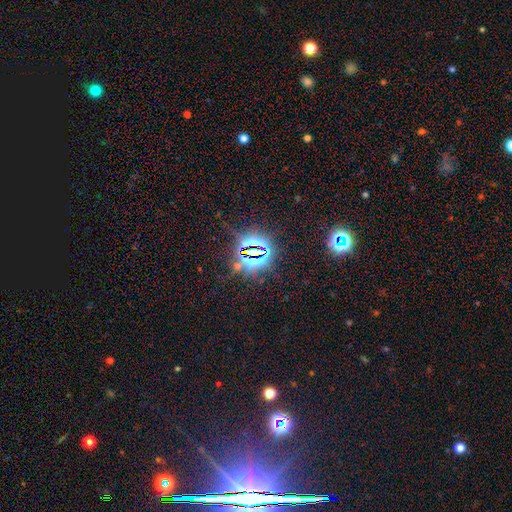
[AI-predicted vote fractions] Smooth or featured: star or artifact — 82% (smooth — 10%)